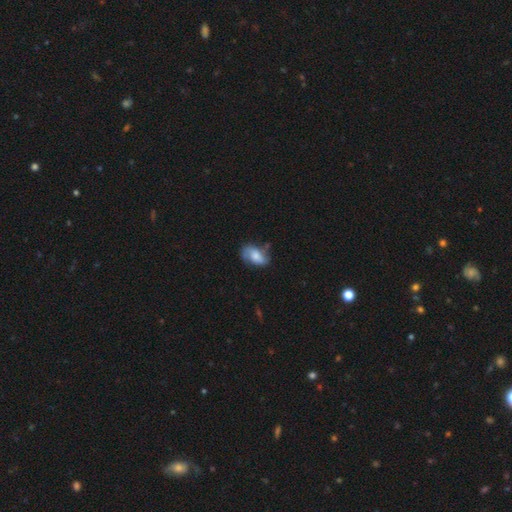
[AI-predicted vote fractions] A smooth galaxy with no disk features (46%, tied with featured or disk).

Vote fractions:
- Smooth or featured? smooth: 46% (tied) / featured or disk: 46% (tied) / star or artifact: 8%
- Merging? none: 59% / minor disturbance: 27% / major disturbance: 10% / merger: 4%